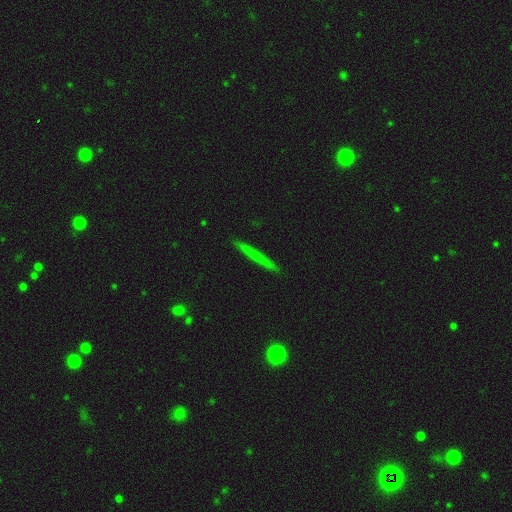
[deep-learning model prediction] Q: Smooth or featured?
A: smooth (56%); runner-up: featured or disk (37%)
Q: How rounded?
A: cigar-shaped (96%); runner-up: in between (2%)
Q: Merging?
A: none (92%); runner-up: minor disturbance (6%)